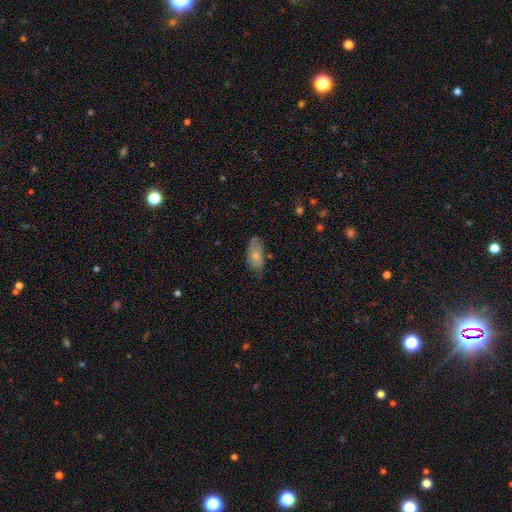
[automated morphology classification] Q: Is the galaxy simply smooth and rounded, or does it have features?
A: smooth — 73%.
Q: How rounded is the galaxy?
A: in between — 91%.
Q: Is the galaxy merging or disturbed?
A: none — 61%.